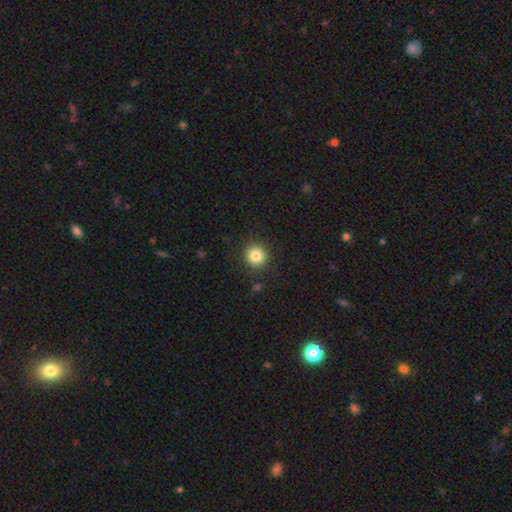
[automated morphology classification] smooth_or_featured: smooth (p=0.84) [alt: star or artifact p=0.11]
how_rounded: round (p=0.92) [alt: in between p=0.07]
merging: none (p=0.90) [alt: minor disturbance p=0.07]